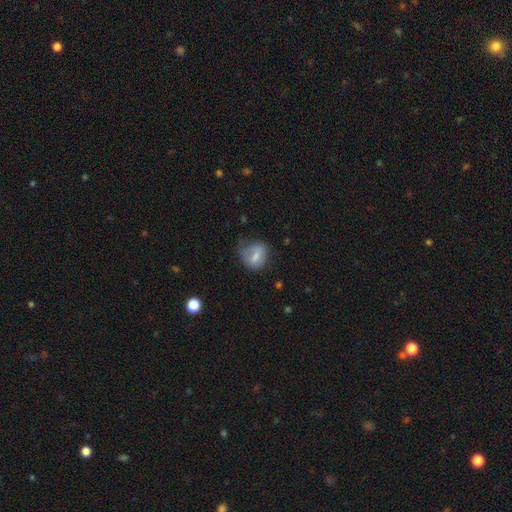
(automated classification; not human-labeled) smooth-or-featured: smooth: 70% | featured or disk: 21% | star or artifact: 9%
  how-rounded: round: 53% | in between: 45% | cigar-shaped: 2%
  merging: none: 47% | minor disturbance: 31% | major disturbance: 18% | merger: 4%